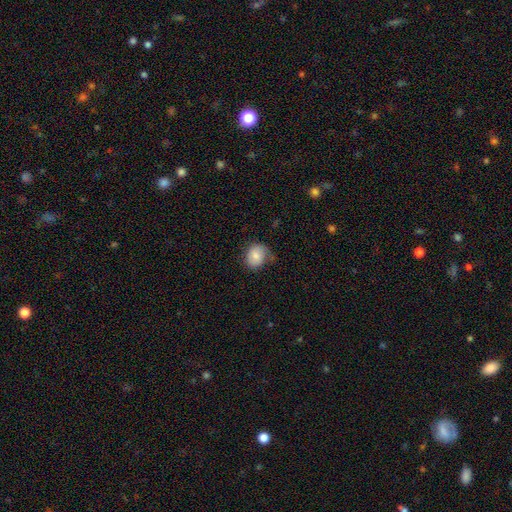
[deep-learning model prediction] smooth 77%, featured or disk 15%, star or artifact 8%. Down the decision tree: how rounded — round (61%); merging — none (58%).